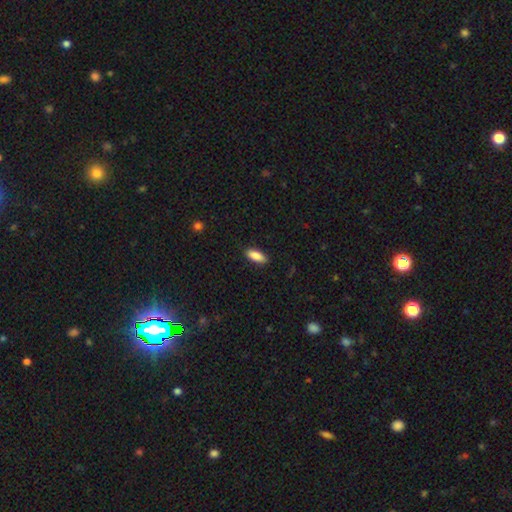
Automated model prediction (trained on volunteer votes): A smooth galaxy with no disk features (87%) that is in between round and cigar-shaped (77%). Merging: none (88%).